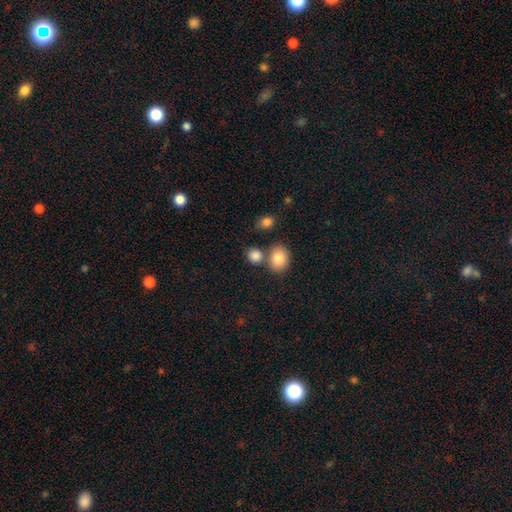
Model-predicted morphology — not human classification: Smooth or featured? smooth (85%)
How rounded? round (68%)
Merging? none (63%)